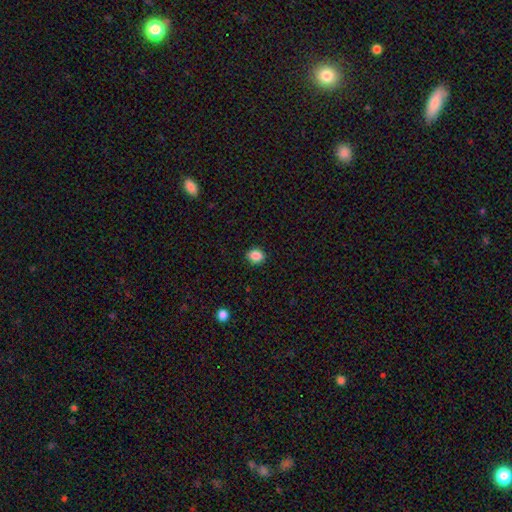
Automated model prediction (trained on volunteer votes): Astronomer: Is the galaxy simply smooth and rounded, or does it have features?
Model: smooth — 87%.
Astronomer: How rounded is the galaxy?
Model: round — 72%.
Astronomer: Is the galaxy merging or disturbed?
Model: none — 91%.